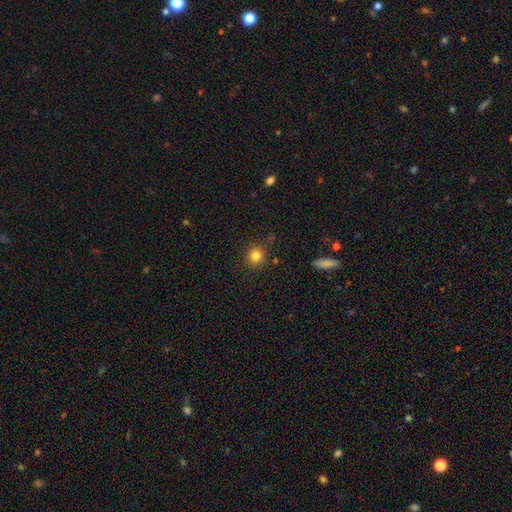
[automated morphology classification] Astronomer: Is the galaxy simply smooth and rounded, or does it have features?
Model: smooth — 82%.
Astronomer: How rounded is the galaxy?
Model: round — 90%.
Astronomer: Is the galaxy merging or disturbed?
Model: none — 86%.